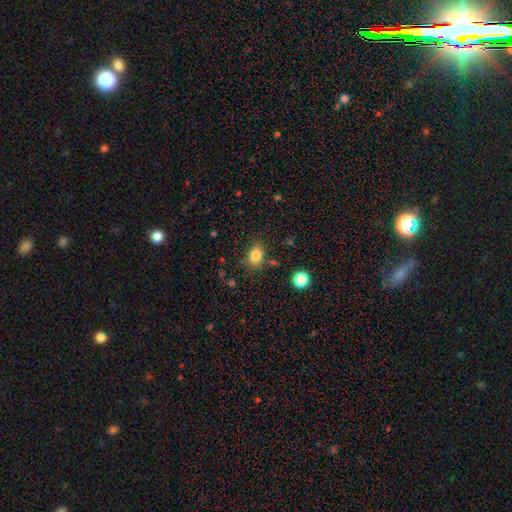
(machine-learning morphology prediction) This appears to be a smooth galaxy with no disk features (83%) that is in between round and cigar-shaped (73%). Merging: none (79%).